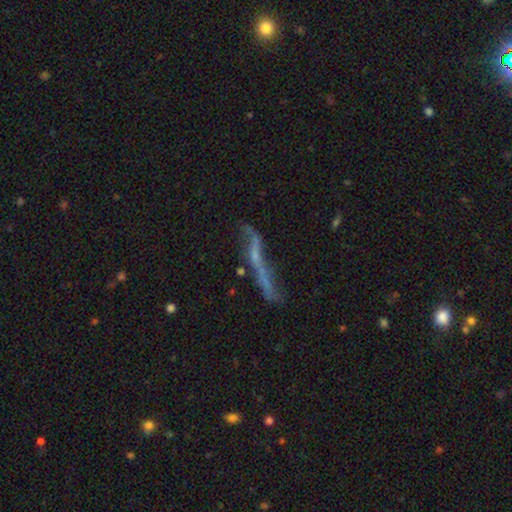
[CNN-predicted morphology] A featured or disk galaxy (61%) viewed edge-on (67%).

Vote fractions:
- Smooth or featured? featured or disk: 61% / smooth: 26% / star or artifact: 13%
- Edge-on disk? yes: 67% / no: 33%
- Merging? none: 56% / minor disturbance: 22% / major disturbance: 15% / merger: 7%